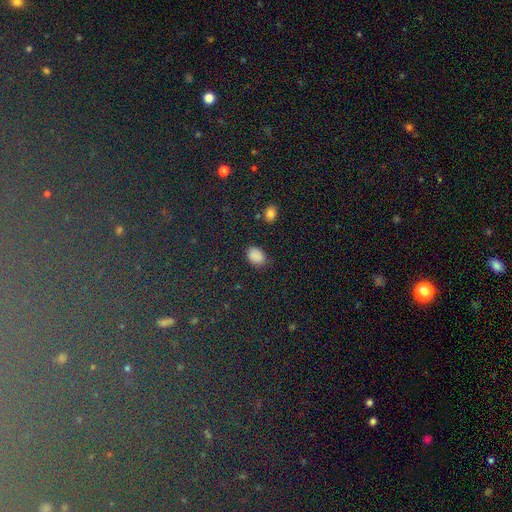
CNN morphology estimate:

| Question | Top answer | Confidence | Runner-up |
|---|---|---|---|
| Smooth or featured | smooth | 84% | star or artifact (11%) |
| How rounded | in between | 81% | round (18%) |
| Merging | none | 76% | minor disturbance (18%) |